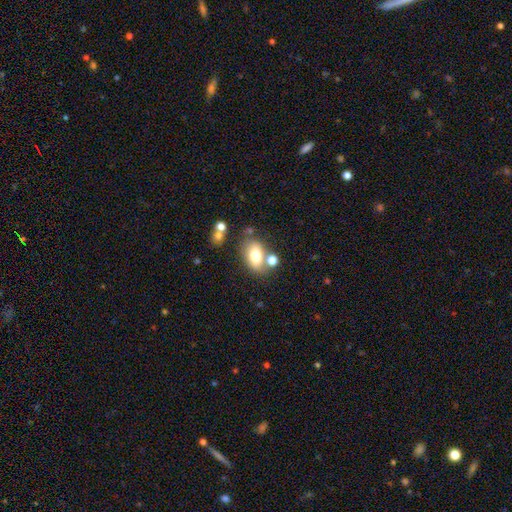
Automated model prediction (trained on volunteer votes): Smooth or featured: smooth — 74% (featured or disk — 17%)
How rounded: in between — 84% (round — 14%)
Merging: none — 62% (merger — 17%)